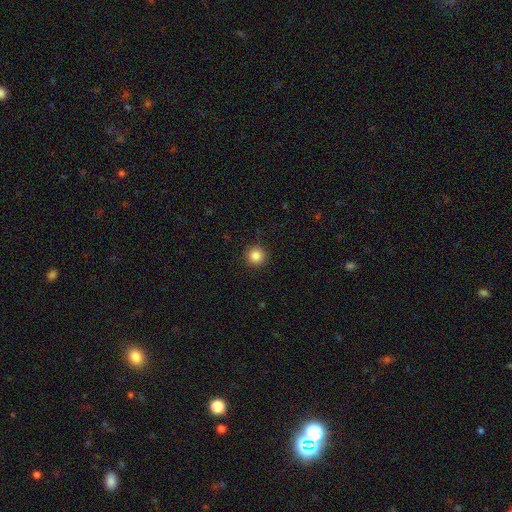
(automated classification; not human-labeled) Smooth or featured? smooth (85%)
How rounded? round (95%)
Merging? none (92%)